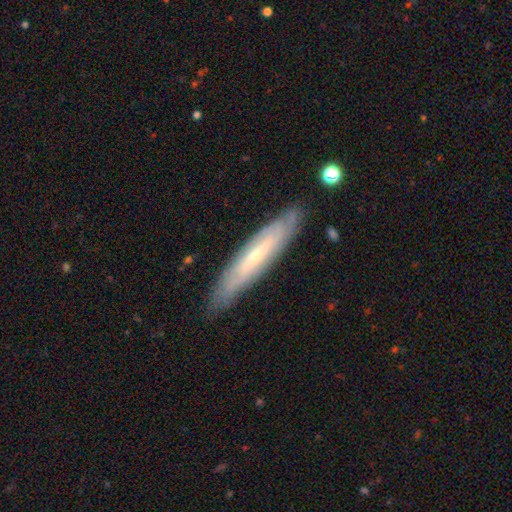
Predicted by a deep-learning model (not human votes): smooth_or_featured: featured or disk (p=0.61) [alt: smooth p=0.32]
disk_edge_on: yes (p=0.63) [alt: no p=0.37]
merging: none (p=0.85) [alt: minor disturbance p=0.12]